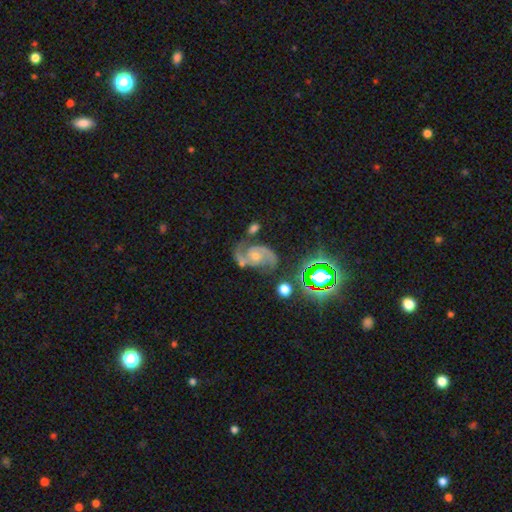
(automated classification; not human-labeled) Smooth or featured: featured or disk — 84% (star or artifact — 10%)
Edge-on disk: no — 98% (yes — 2%)
Bar: no — 63% (weak — 30%)
Spiral arms: yes — 97% (no — 3%)
Spiral winding: medium — 55% (tight — 24%)
Spiral arm count: 2 — 89% (can't tell — 3%)
Bulge size: small — 48% (moderate — 44%)
Merging: none — 57% (minor disturbance — 21%)